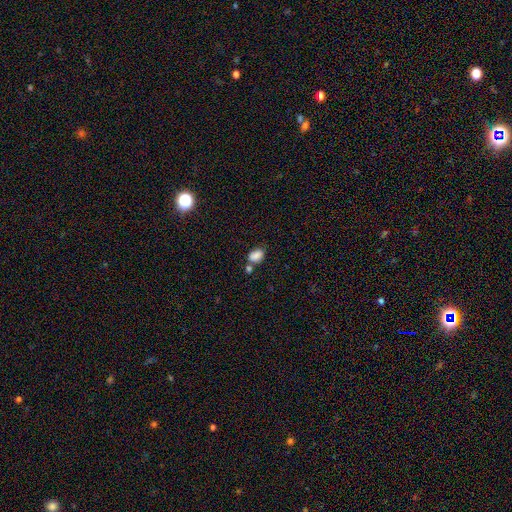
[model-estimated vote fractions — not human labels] A smooth galaxy with no disk features (84%) that is in between round and cigar-shaped (79%).

Vote fractions:
- Smooth or featured? smooth: 84% / star or artifact: 10% / featured or disk: 6%
- How rounded? in between: 79% / round: 20% / cigar-shaped: 1%
- Merging? none: 52% / merger: 28% / minor disturbance: 15% / major disturbance: 5%